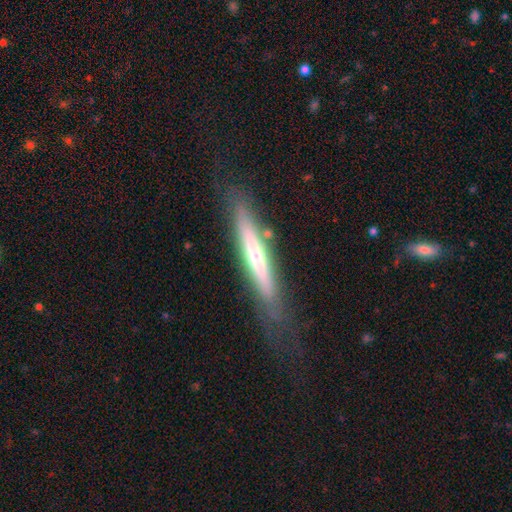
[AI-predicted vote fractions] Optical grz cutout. It shows a featured or disk galaxy (59%) viewed edge-on (88%) with a rounded central bulge (61%). Merging: none (72%).